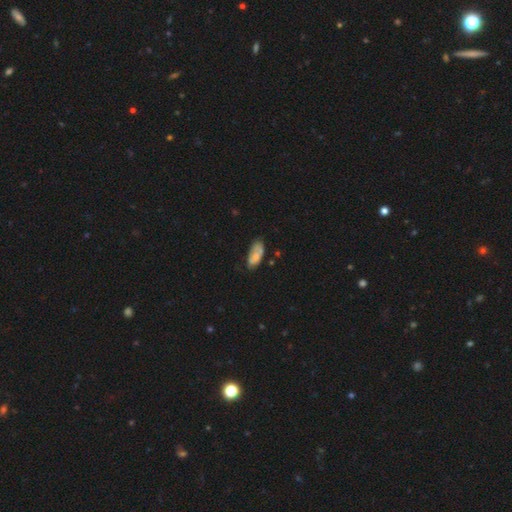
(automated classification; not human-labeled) Q: Smooth or featured?
A: smooth (66%); runner-up: featured or disk (27%)
Q: How rounded?
A: in between (86%); runner-up: cigar-shaped (11%)
Q: Merging?
A: none (52%); runner-up: minor disturbance (31%)